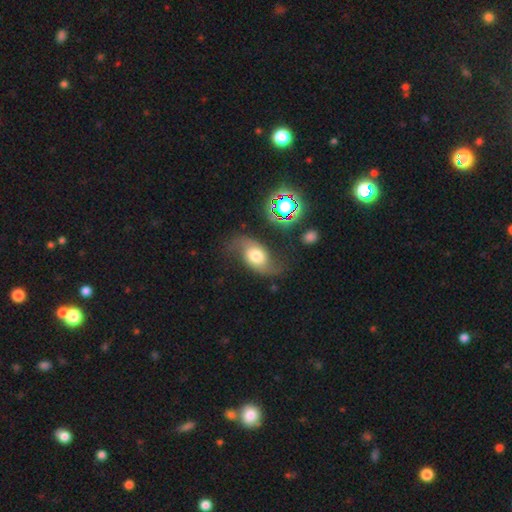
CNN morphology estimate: This is likely a featured or disk galaxy (66%). It is clearly not viewed edge-on (95%). Bar: likely no (67%). Spiral arm pattern: clearly yes (91%). Spiral arm count: clearly 2 (92%). Spiral winding: likely loose (72%). Central bulge: possibly moderate (48%). Merging: likely none (62%).